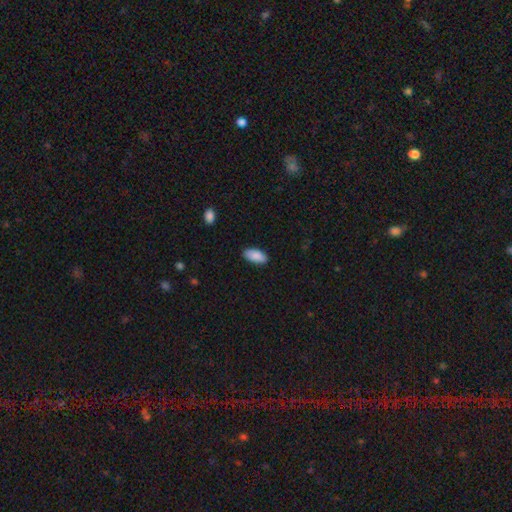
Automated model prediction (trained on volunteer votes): Morphology: type=smooth (90%); roundness=in between (91%); merging=none (88%).